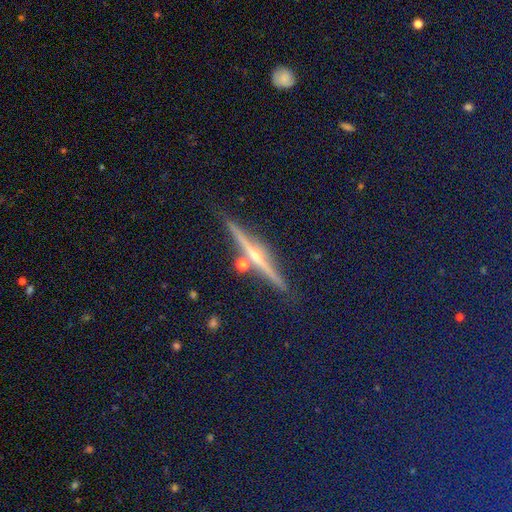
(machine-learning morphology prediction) smooth-or-featured: featured or disk: 53% | star or artifact: 30% | smooth: 17%
  disk-edge-on: yes: 92% | no: 8%
  merging: none: 86% | minor disturbance: 7% | merger: 3% | major disturbance: 3%